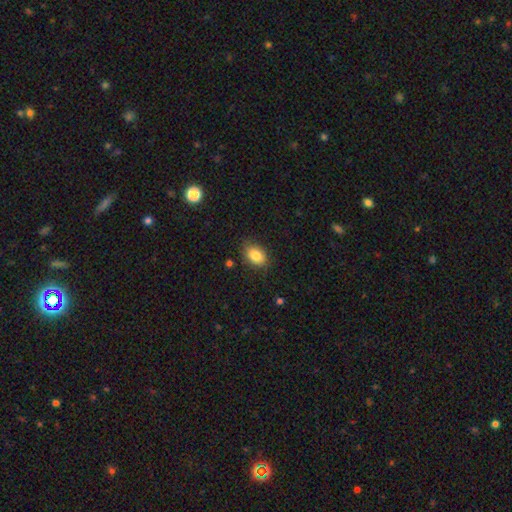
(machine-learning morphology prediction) This appears to be a smooth galaxy with no disk features (84%) that is in between round and cigar-shaped (86%). Merging: none (81%).